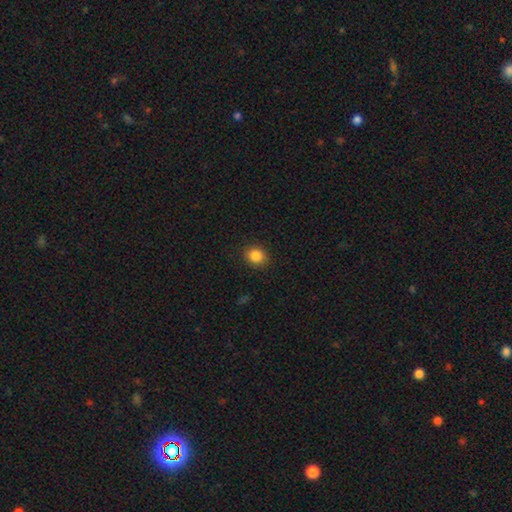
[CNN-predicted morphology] This appears to be a smooth galaxy with no disk features (86%) that is round (68%). Merging: none (89%).